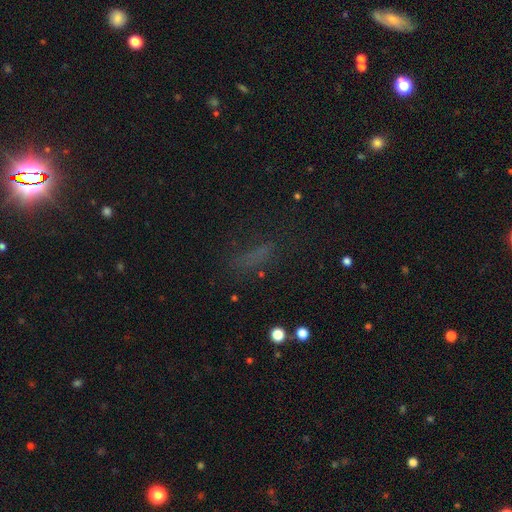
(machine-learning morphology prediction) smooth-or-featured: smooth: 52% | star or artifact: 31% | featured or disk: 17%
  how-rounded: in between: 52% | cigar-shaped: 40% | round: 8%
  merging: none: 60% | minor disturbance: 19% | major disturbance: 18% | merger: 3%